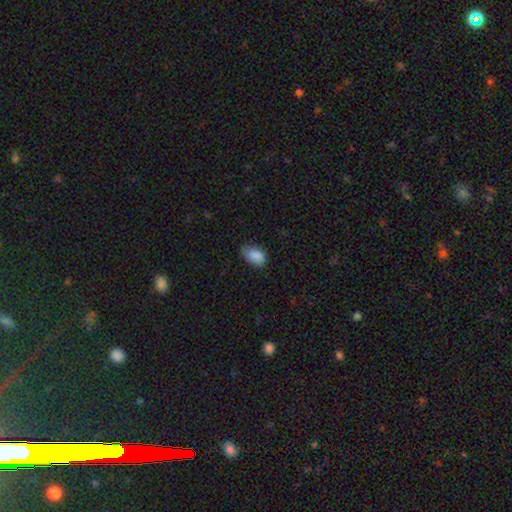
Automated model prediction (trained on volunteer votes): The model was most divided on "merging": none: 63%, minor disturbance: 30%, major disturbance: 6%, merger: 1%. More confident: how rounded — in between (89%); smooth or featured — smooth (86%).